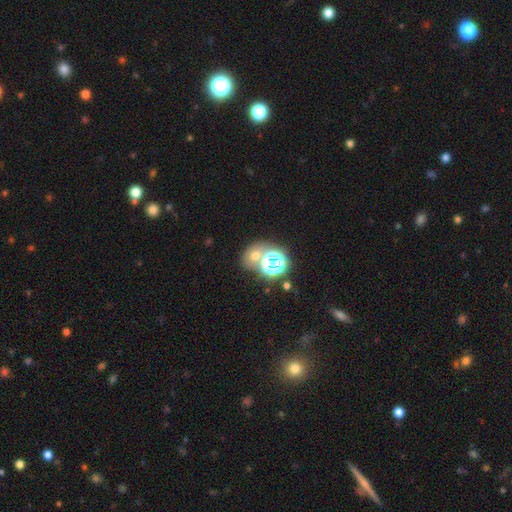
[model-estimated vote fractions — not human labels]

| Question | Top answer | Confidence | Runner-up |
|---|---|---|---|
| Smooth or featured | smooth | 49% | star or artifact (37%) |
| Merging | none | 49% | merger (36%) |